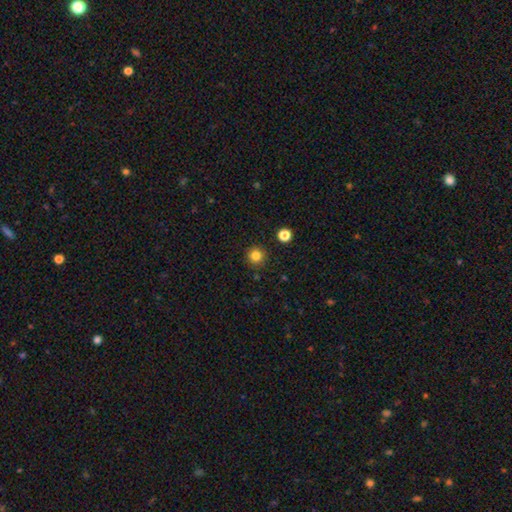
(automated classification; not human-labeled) Morphology: type=smooth (83%); roundness=round (95%); merging=none (90%).